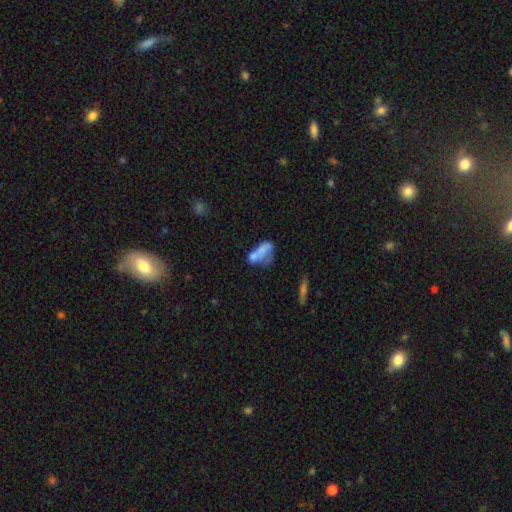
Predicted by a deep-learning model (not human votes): This appears to be a smooth galaxy with no disk features (54%) that is in between round and cigar-shaped (84%). Merging: merger (40%).